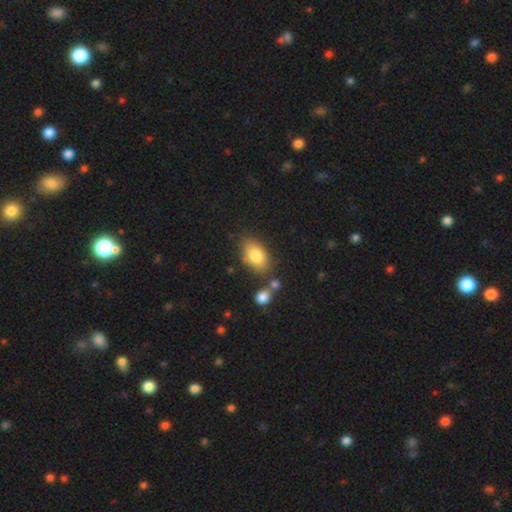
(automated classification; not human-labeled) This appears to be a smooth galaxy with no disk features (82%) that is in between round and cigar-shaped (90%). Merging: none (70%).